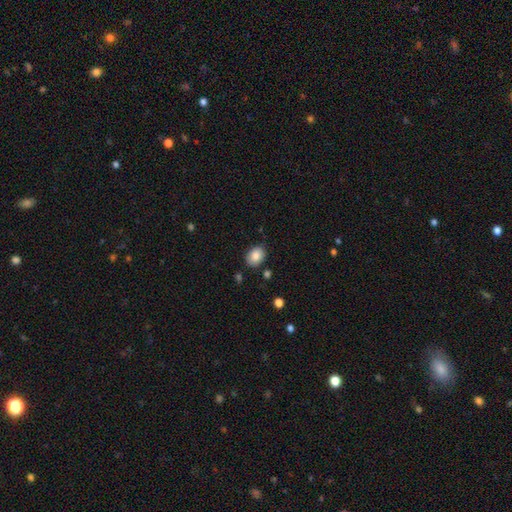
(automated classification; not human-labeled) Q: Smooth or featured?
A: smooth (85%); runner-up: star or artifact (8%)
Q: How rounded?
A: in between (65%); runner-up: round (35%)
Q: Merging?
A: none (83%); runner-up: minor disturbance (12%)